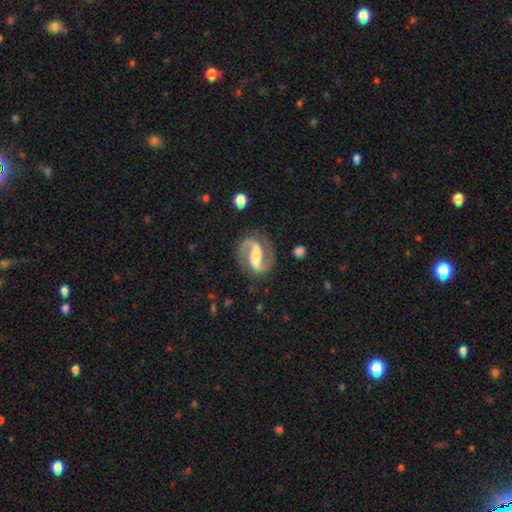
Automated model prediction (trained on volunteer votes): This is clearly a featured or disk galaxy (91%). It is clearly not viewed edge-on (98%). Bar: possibly strong (51%). Spiral arm pattern: clearly yes (98%). Spiral arm count: clearly 2 (94%). Spiral winding: possibly medium (54%). Central bulge: possibly moderate (49%). Merging: clearly none (84%).